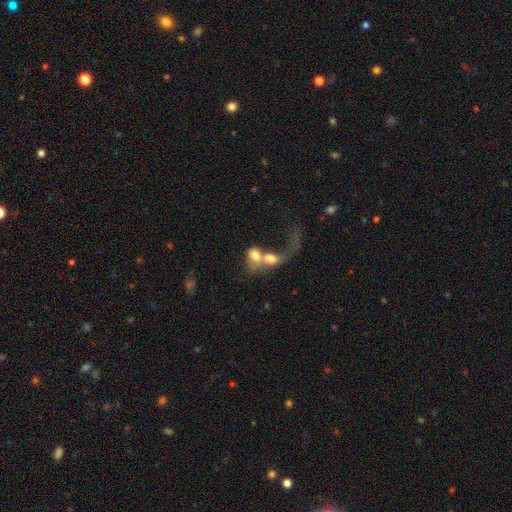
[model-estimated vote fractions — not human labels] smooth 59%, featured or disk 31%, star or artifact 10%. Down the decision tree: how rounded — in between (59%); merging — merger (79%).